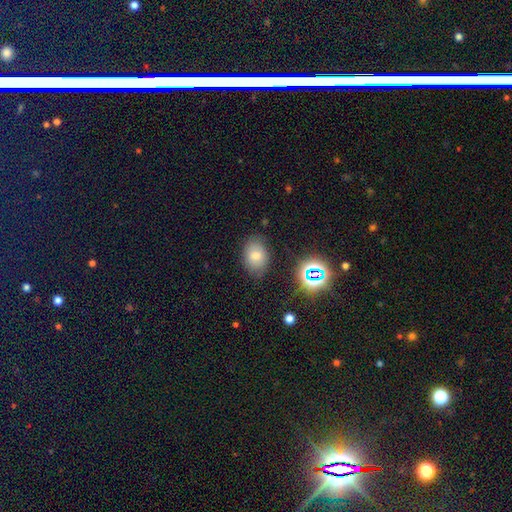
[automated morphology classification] smooth 73%, star or artifact 16%, featured or disk 11%. Down the decision tree: how rounded — in between (72%); merging — none (78%).